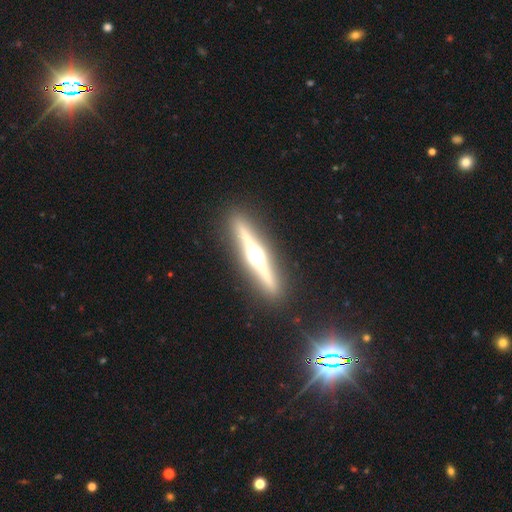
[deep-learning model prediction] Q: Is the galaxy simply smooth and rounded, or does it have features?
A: featured or disk — 82%.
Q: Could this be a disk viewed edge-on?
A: yes — 98%.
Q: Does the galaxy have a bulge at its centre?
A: rounded — 95%.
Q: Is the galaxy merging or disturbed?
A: none — 90%.